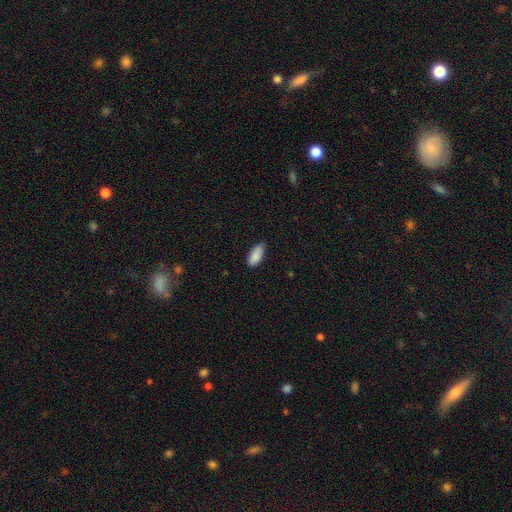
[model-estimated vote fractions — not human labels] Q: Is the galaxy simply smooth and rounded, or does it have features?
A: smooth — 89%.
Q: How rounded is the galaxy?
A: in between — 87%.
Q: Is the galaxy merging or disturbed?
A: none — 76%.